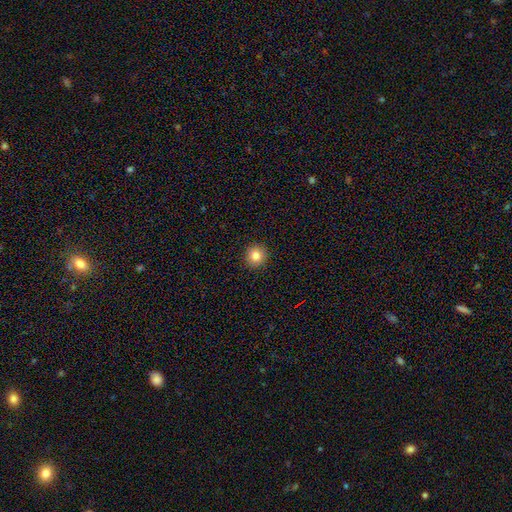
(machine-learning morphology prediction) Smooth or featured: smooth — 83% (star or artifact — 11%)
How rounded: round — 93% (in between — 6%)
Merging: none — 92% (minor disturbance — 5%)